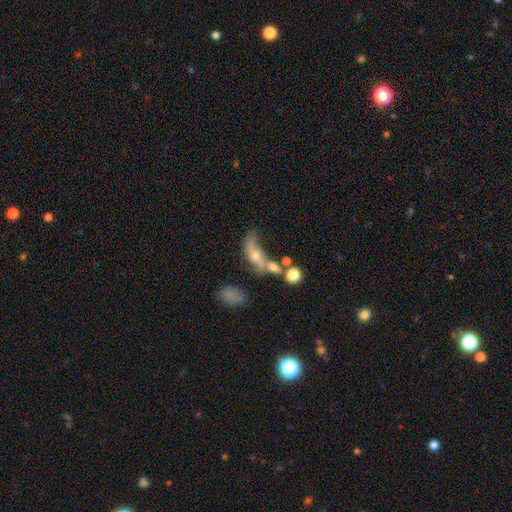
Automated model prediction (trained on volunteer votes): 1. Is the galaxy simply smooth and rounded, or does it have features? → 51% featured or disk, 36% smooth, 13% star or artifact.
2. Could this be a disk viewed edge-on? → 83% no, 17% yes.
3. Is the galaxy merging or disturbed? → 31% merger, 27% none, 24% major disturbance, 18% minor disturbance.